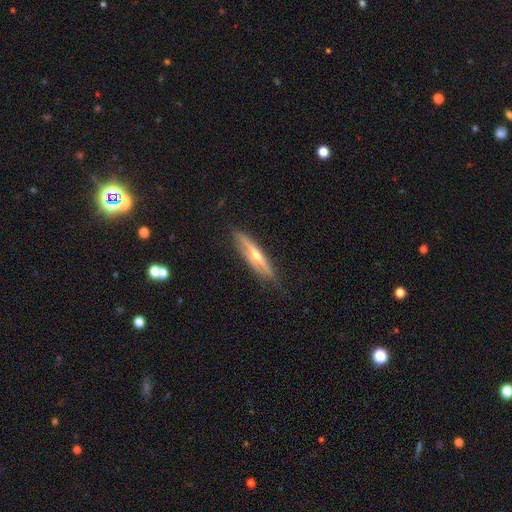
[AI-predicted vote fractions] Q: Smooth or featured?
A: featured or disk (70%); runner-up: smooth (24%)
Q: Edge-on disk?
A: yes (93%); runner-up: no (7%)
Q: Edge-on bulge?
A: rounded (88%); runner-up: none (9%)
Q: Merging?
A: none (84%); runner-up: minor disturbance (12%)